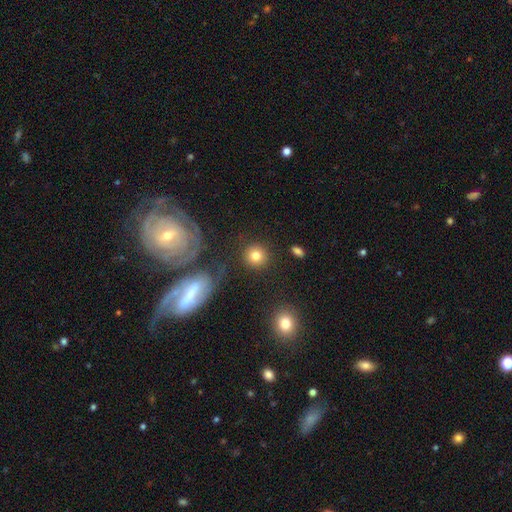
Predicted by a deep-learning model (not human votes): smooth_or_featured: smooth (p=0.81) [alt: star or artifact p=0.10]
how_rounded: round (p=0.91) [alt: in between p=0.08]
merging: none (p=0.86) [alt: minor disturbance p=0.07]